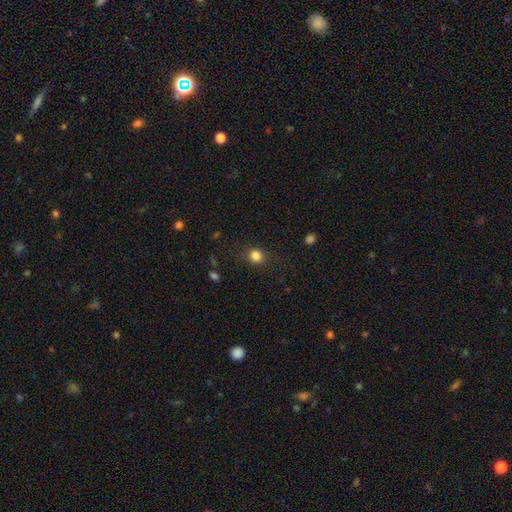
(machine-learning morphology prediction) type=smooth (84%); roundness=round (83%); merging=none (86%).